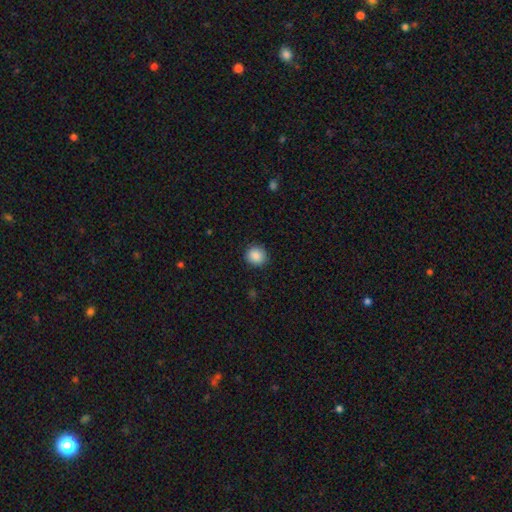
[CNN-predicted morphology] This is clearly a smooth galaxy (88%). How rounded: clearly round (88%). Merging: clearly none (89%).